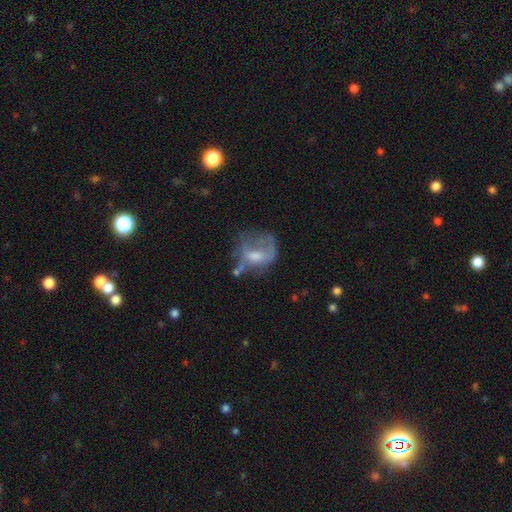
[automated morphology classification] Smooth or featured? Predicted: featured or disk (p=0.50). Merging? Predicted: major disturbance (p=0.38).